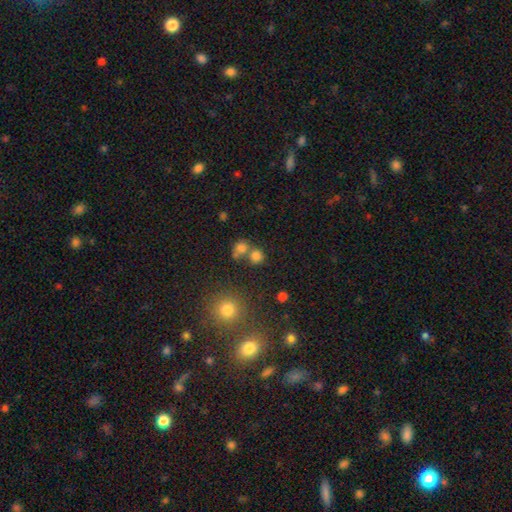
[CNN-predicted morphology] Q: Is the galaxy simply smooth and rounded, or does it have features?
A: smooth — 76%.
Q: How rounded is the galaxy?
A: round — 86%.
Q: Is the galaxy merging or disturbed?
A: none — 57%.